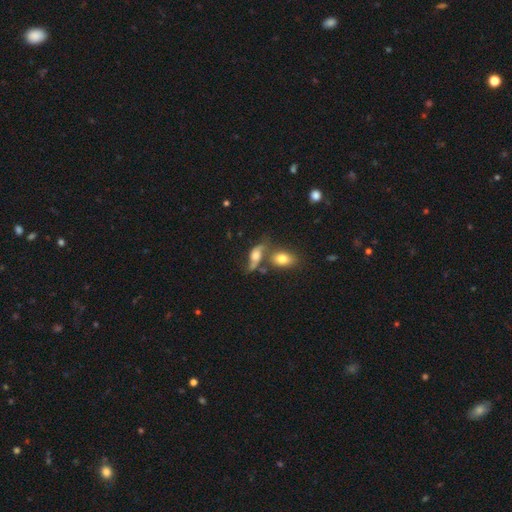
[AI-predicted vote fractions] Morphology: type=featured or disk (45%); merging=none (34%).